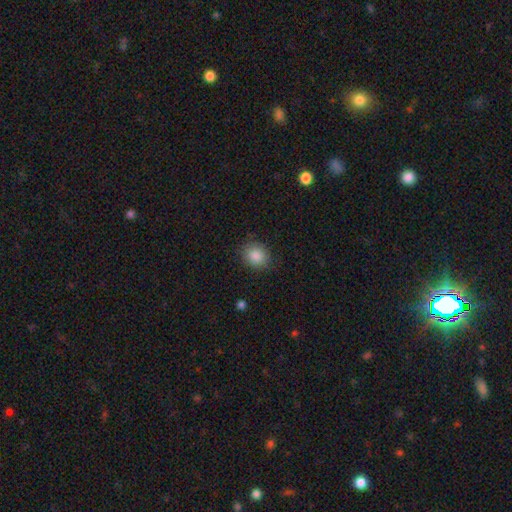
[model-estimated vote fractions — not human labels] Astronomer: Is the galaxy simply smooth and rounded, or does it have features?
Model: smooth — 87%.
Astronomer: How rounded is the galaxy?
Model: round — 67%.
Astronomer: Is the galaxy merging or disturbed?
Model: none — 84%.